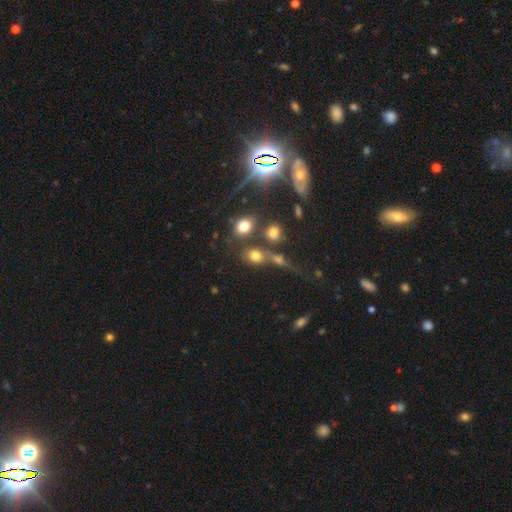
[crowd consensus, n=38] Volunteers were most divided on "how rounded": in between: 53%, round: 47%, cigar-shaped: 0%. More confident: smooth or featured — smooth (84%); merging — none (53%).